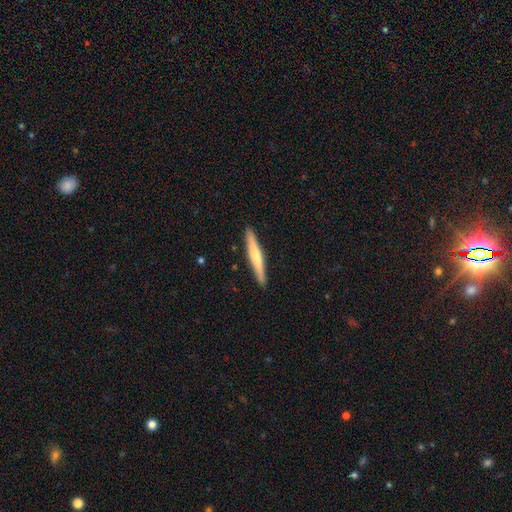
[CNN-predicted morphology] Q: Smooth or featured?
A: smooth (49%); runner-up: featured or disk (46%)
Q: Merging?
A: none (91%); runner-up: minor disturbance (7%)